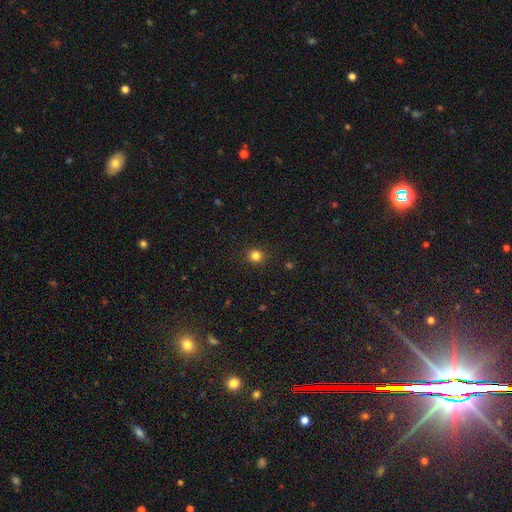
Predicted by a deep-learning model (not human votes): Overall: smooth (82%). How rounded: round (90%). Merging: none (92%).